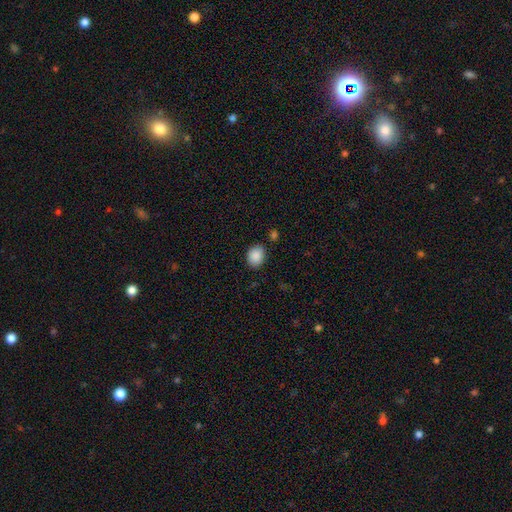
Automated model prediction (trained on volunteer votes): smooth 89%, star or artifact 8%, featured or disk 3%. Down the decision tree: how rounded — in between (51%); merging — none (84%).